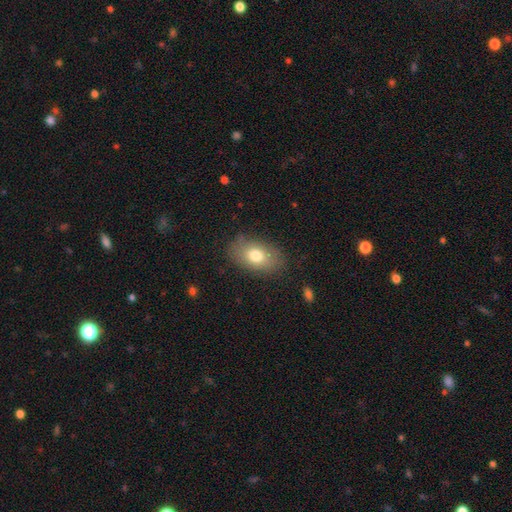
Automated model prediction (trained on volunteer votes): Smooth or featured? smooth (76%)
How rounded? in between (88%)
Merging? none (81%)